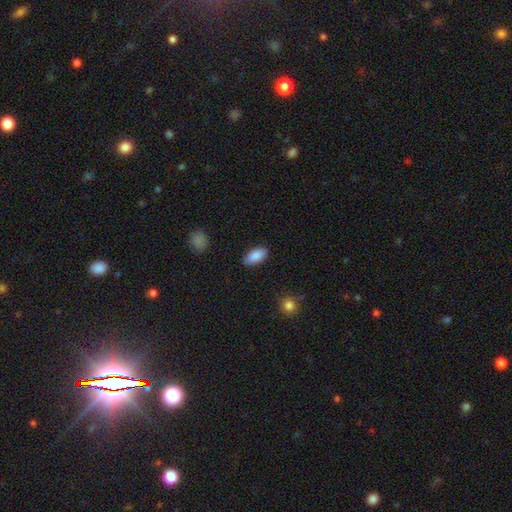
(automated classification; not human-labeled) Smooth or featured? smooth (89%)
How rounded? in between (93%)
Merging? none (86%)